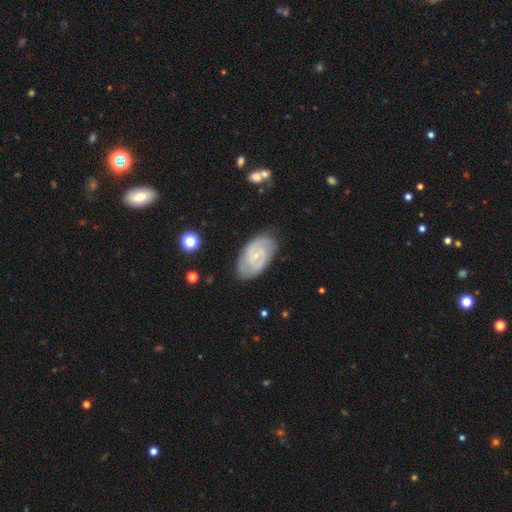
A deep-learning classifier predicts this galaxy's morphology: The model was most divided on "bar": no: 53%, weak: 40%, strong: 8%. More confident: edge-on disk — no (96%); spiral arms — yes (92%); smooth or featured — featured or disk (78%); merging — none (78%); bulge size — small (77%); spiral arm count — 2 (63%); spiral winding — tight (56%).